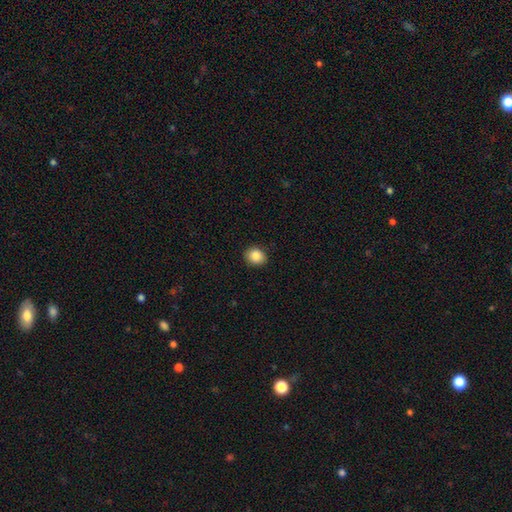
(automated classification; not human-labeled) Smooth or featured? smooth (86%)
How rounded? round (67%)
Merging? none (90%)